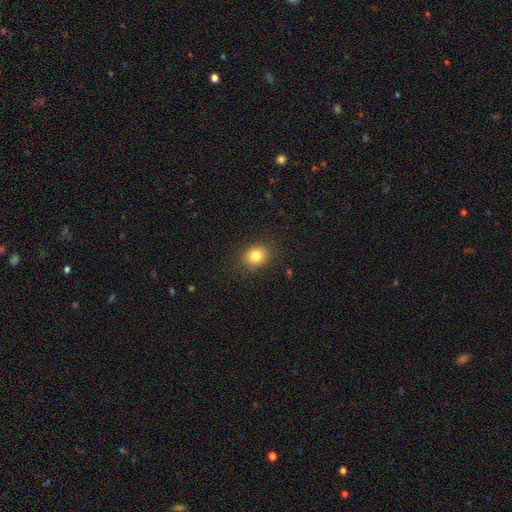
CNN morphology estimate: Smooth or featured? Predicted: smooth (p=0.82). How rounded? Predicted: round (p=0.67). Merging? Predicted: none (p=0.88).